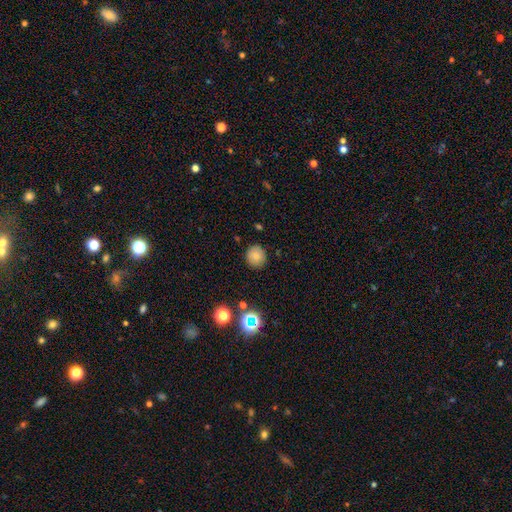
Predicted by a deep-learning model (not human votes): Q: Smooth or featured?
A: smooth (80%); runner-up: star or artifact (12%)
Q: How rounded?
A: round (92%); runner-up: in between (7%)
Q: Merging?
A: none (88%); runner-up: minor disturbance (8%)